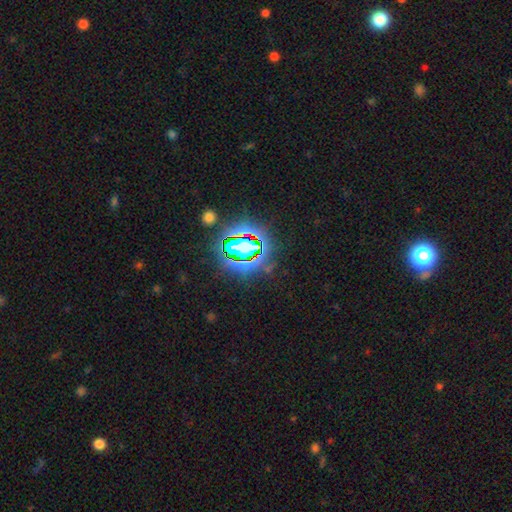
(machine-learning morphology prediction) Smooth or featured? star or artifact (79%)